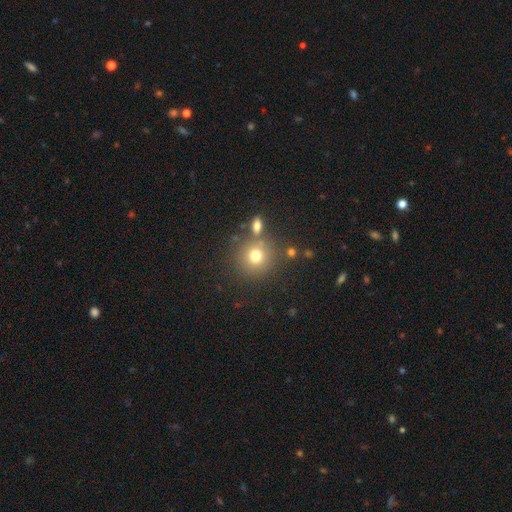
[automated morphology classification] The model was most divided on "smooth or featured": smooth: 75%, star or artifact: 14%, featured or disk: 11%. More confident: how rounded — round (90%); merging — none (74%).